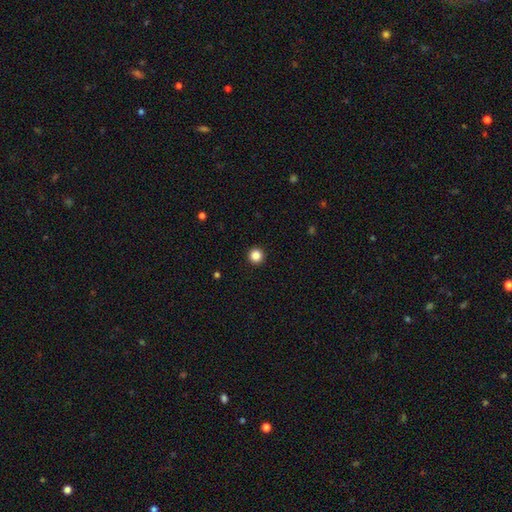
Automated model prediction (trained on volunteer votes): smooth-or-featured: smooth: 86% | star or artifact: 11% | featured or disk: 3%
  how-rounded: round: 96% | in between: 3% | cigar-shaped: 1%
  merging: none: 94% | minor disturbance: 4% | major disturbance: 2% | merger: 1%